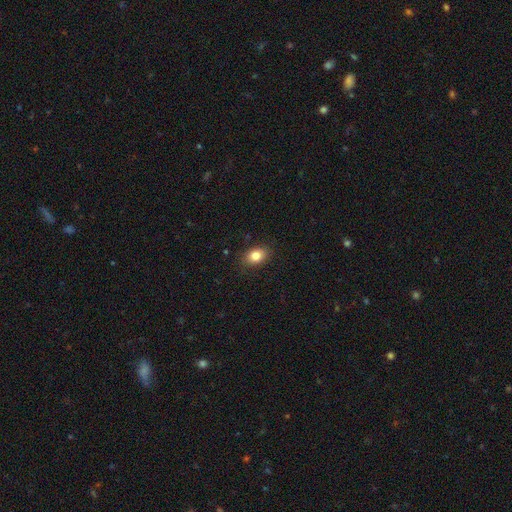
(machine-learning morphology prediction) This appears to be a smooth galaxy with no disk features (83%) that is in between round and cigar-shaped (77%). Merging: none (86%).